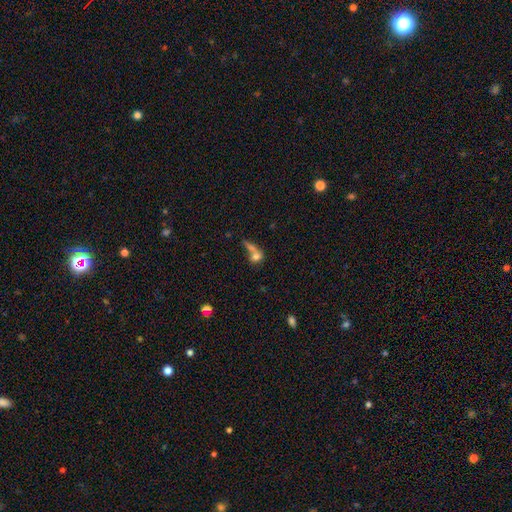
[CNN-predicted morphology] This is likely a smooth galaxy (69%). How rounded: possibly round (47%). Merging: possibly merger (50%).